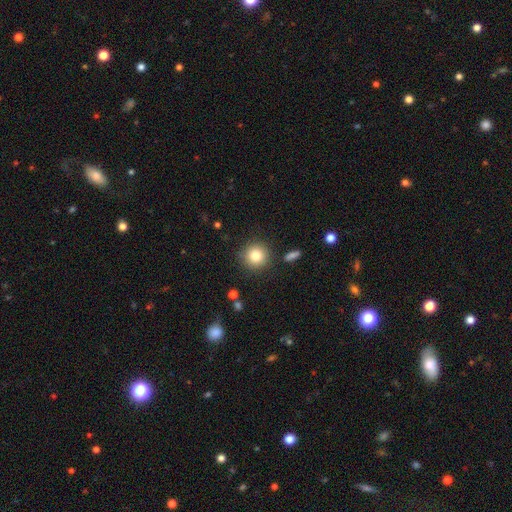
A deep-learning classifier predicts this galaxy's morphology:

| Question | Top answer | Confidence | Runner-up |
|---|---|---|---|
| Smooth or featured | smooth | 81% | star or artifact (10%) |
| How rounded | round | 93% | in between (6%) |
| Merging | none | 88% | minor disturbance (7%) |